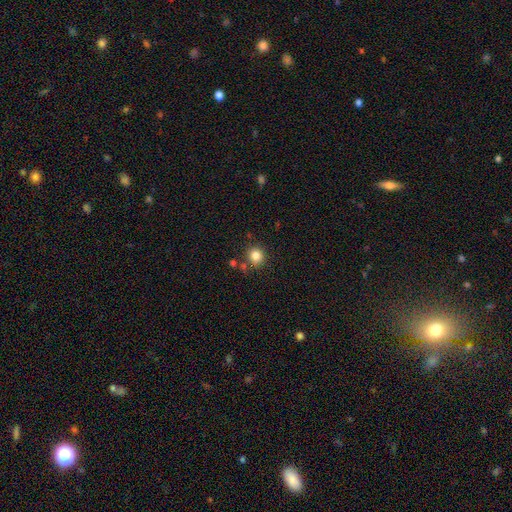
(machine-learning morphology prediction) smooth_or_featured: smooth (p=0.84) [alt: star or artifact p=0.11]
how_rounded: round (p=0.85) [alt: in between p=0.15]
merging: none (p=0.80) [alt: minor disturbance p=0.10]